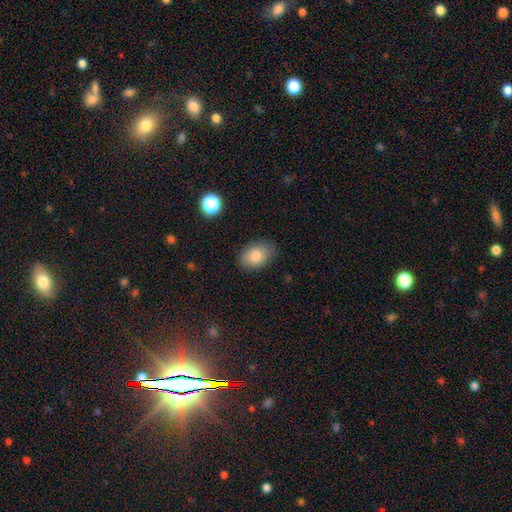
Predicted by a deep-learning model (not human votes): Smooth or featured? Predicted: smooth (p=0.82). How rounded? Predicted: in between (p=0.80). Merging? Predicted: none (p=0.81).